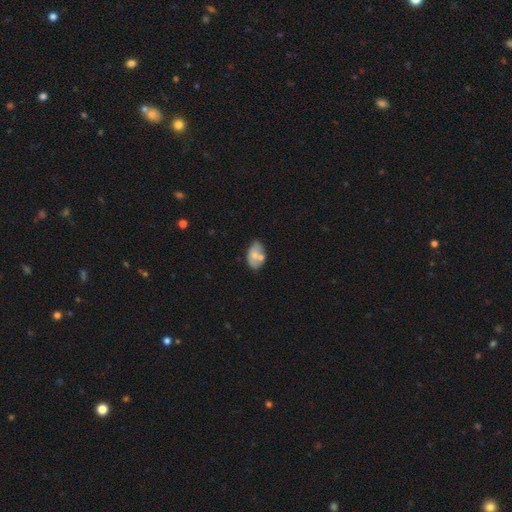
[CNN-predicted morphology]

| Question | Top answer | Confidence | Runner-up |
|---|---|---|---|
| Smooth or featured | smooth | 66% | featured or disk (27%) |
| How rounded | in between | 91% | round (8%) |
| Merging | none | 56% | minor disturbance (20%) |